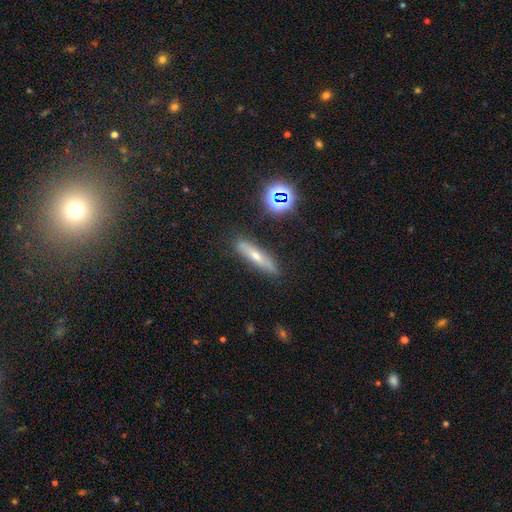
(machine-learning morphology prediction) smooth-or-featured: smooth: 45% | featured or disk: 41% | star or artifact: 14%
  merging: none: 86% | minor disturbance: 10% | major disturbance: 2% | merger: 2%